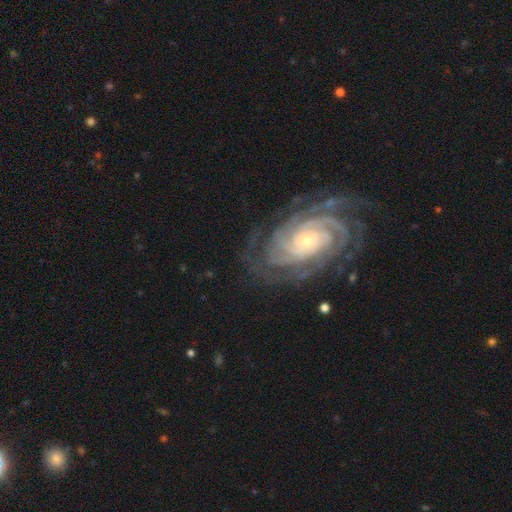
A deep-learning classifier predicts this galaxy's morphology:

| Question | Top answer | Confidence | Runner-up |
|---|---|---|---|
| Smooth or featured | featured or disk | 85% | star or artifact (9%) |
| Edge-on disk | no | 96% | yes (4%) |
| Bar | no | 61% | weak (27%) |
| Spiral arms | yes | 98% | no (2%) |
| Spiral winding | tight | 79% | medium (17%) |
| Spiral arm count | can't tell | 26% | 3 (19%) |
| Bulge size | moderate | 49% | small (40%) |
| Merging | none | 82% | minor disturbance (12%) |